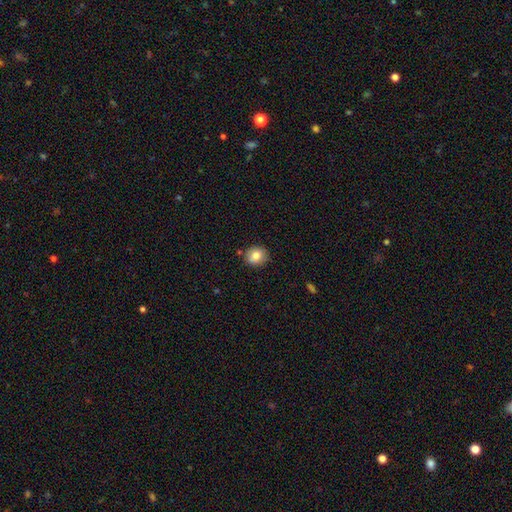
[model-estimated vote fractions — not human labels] A smooth galaxy with no disk features (82%) that is round (77%). Merging: none (82%).